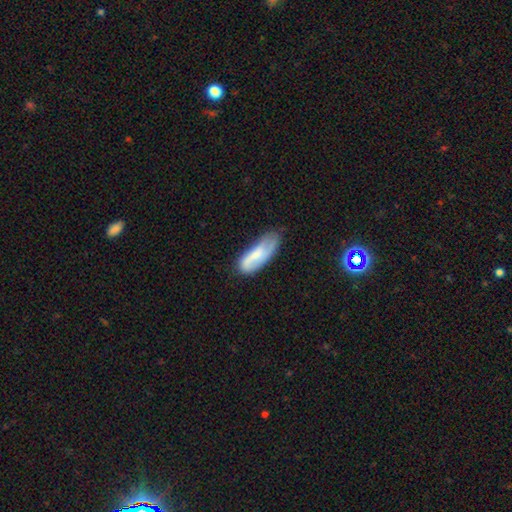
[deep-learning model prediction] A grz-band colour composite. It shows a smooth galaxy with no disk features (58%) that is in between round and cigar-shaped (70%). Merging: none (48%).